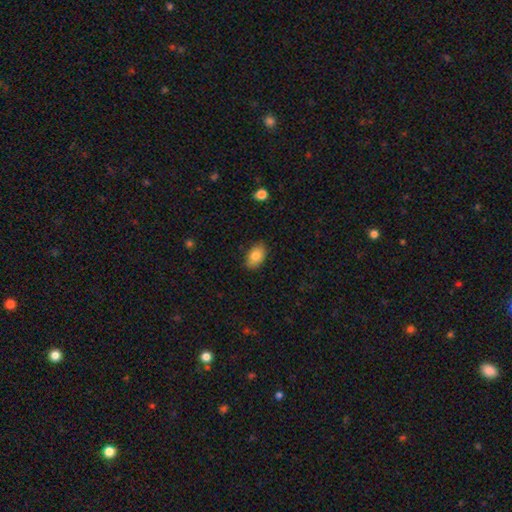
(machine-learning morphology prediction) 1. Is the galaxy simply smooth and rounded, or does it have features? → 84% smooth, 9% featured or disk, 7% star or artifact.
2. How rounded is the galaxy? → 91% in between, 8% round, 2% cigar-shaped.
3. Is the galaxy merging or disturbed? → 85% none, 11% minor disturbance, 2% major disturbance, 1% merger.